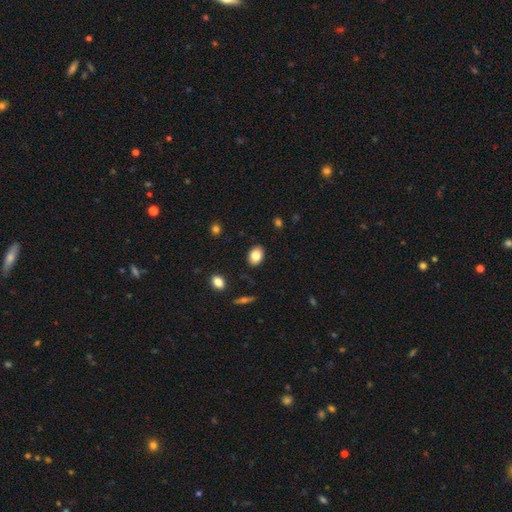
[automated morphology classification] Smooth or featured? smooth (83%)
How rounded? in between (78%)
Merging? none (88%)